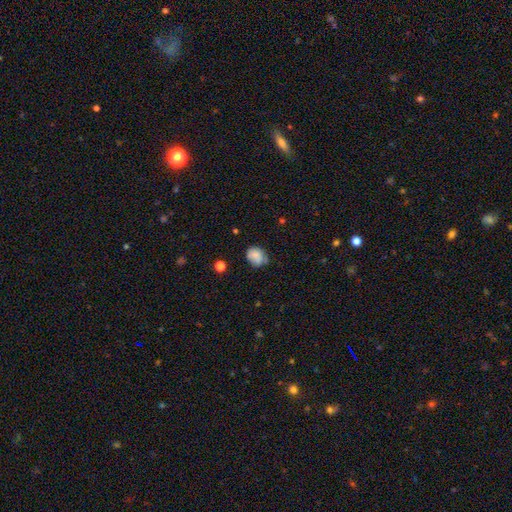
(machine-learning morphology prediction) The model was most divided on "how rounded": round: 52%, in between: 47%, cigar-shaped: 1%. More confident: smooth or featured — smooth (74%); merging — none (59%).